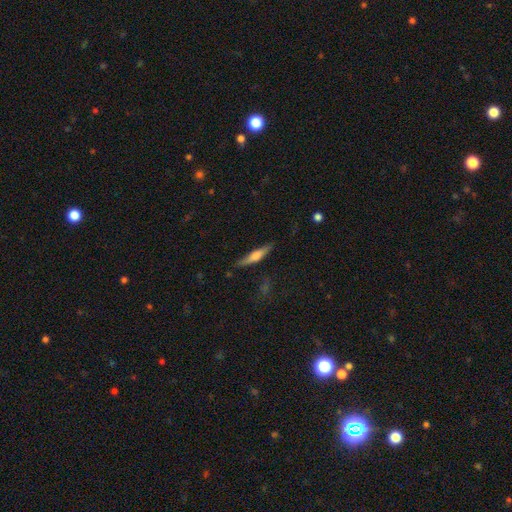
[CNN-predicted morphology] A featured or disk galaxy (47%). Merging: none (83%).